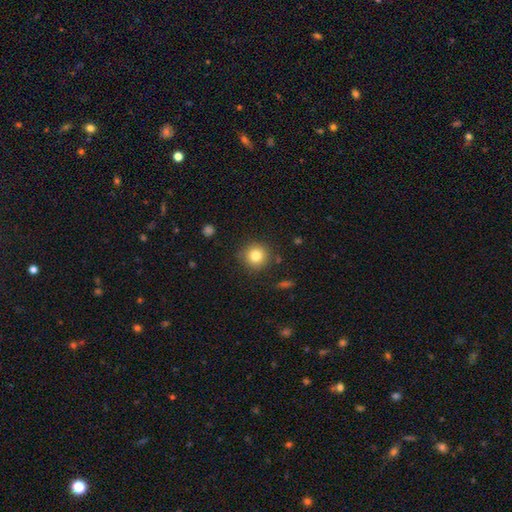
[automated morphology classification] Smooth or featured? Predicted: smooth (p=0.81). How rounded? Predicted: round (p=0.94). Merging? Predicted: none (p=0.87).